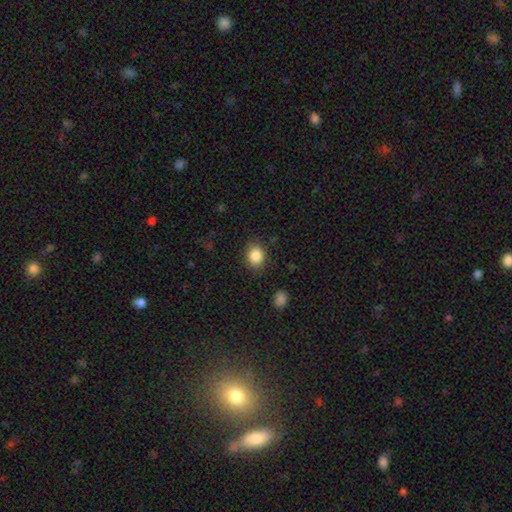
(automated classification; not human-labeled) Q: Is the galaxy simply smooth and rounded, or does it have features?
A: smooth — 86%.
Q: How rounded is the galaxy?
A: round — 60%.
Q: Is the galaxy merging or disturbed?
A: none — 85%.